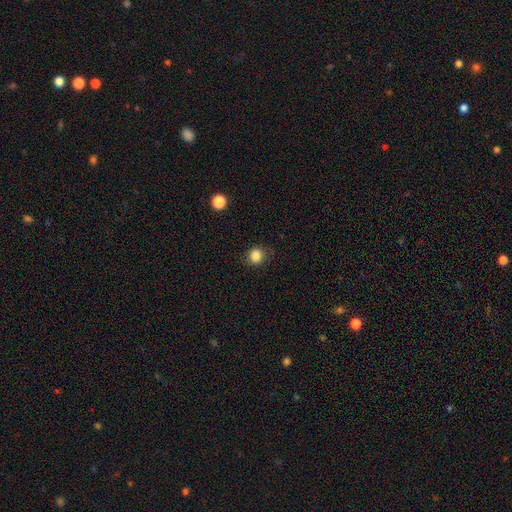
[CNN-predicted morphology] Q: Smooth or featured?
A: smooth (85%); runner-up: star or artifact (11%)
Q: How rounded?
A: round (82%); runner-up: in between (17%)
Q: Merging?
A: none (84%); runner-up: minor disturbance (12%)